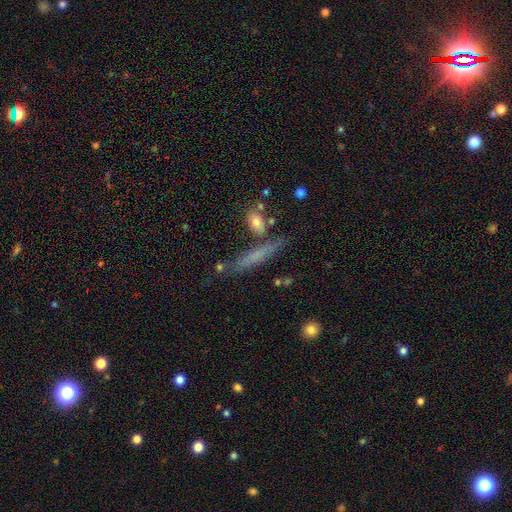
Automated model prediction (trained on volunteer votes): smooth 52%, featured or disk 38%, star or artifact 10%. Down the decision tree: how rounded — cigar-shaped (88%); merging — none (73%).